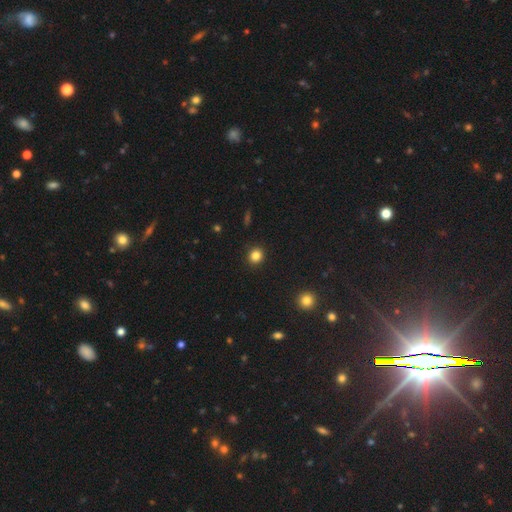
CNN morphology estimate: A smooth galaxy with no disk features (83%) that is round (86%).

Vote fractions:
- Smooth or featured? smooth: 83% / star or artifact: 12% / featured or disk: 4%
- How rounded? round: 86% / in between: 13% / cigar-shaped: 1%
- Merging? none: 92% / minor disturbance: 5% / major disturbance: 2% / merger: 1%